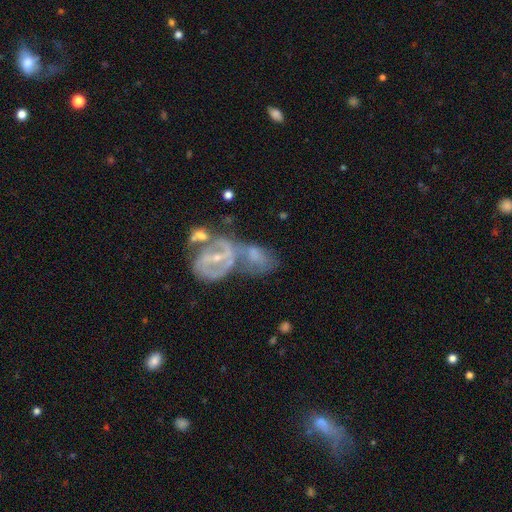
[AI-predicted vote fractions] Smooth or featured?
  - featured or disk: 64% *
  - smooth: 27%
  - star or artifact: 9%
Edge-on disk?
  - no: 96% *
  - yes: 4%
Bar?
  - weak: 36% *
  - no: 33%
  - strong: 31%
Spiral arms?
  - yes: 61% *
  - no: 39%
Bulge size?
  - small: 55% *
  - moderate: 33%
  - none: 8%
  - large: 3%
  - dominant: 2%
Merging?
  - merger: 59% *
  - none: 16%
  - major disturbance: 13%
  - minor disturbance: 11%